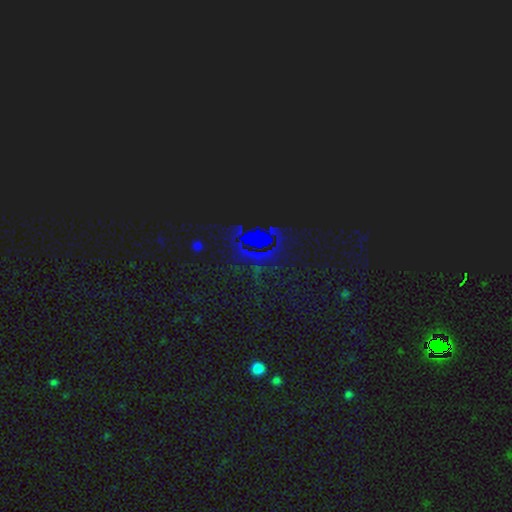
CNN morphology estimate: Smooth or featured?
  - star or artifact: 81% *
  - smooth: 12%
  - featured or disk: 7%